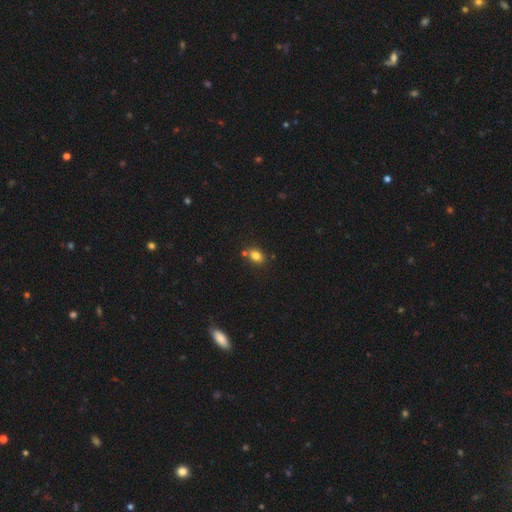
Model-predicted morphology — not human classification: Overall: smooth (82%). How rounded: in between (75%). Merging: none (72%).